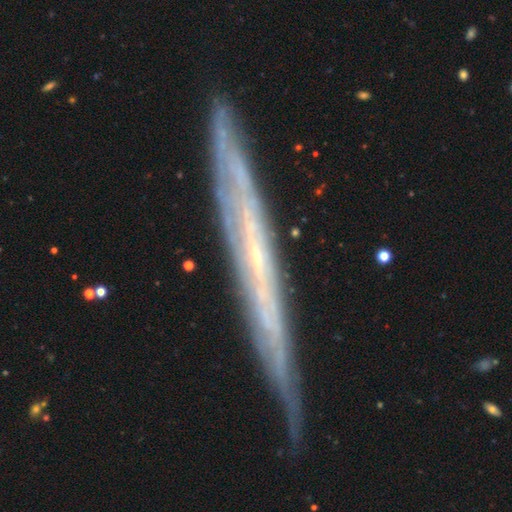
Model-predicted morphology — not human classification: The model was most divided on "edge-on bulge": none: 76%, rounded: 20%, boxy: 3%. More confident: edge-on disk — yes (88%); merging — none (80%); smooth or featured — featured or disk (78%).